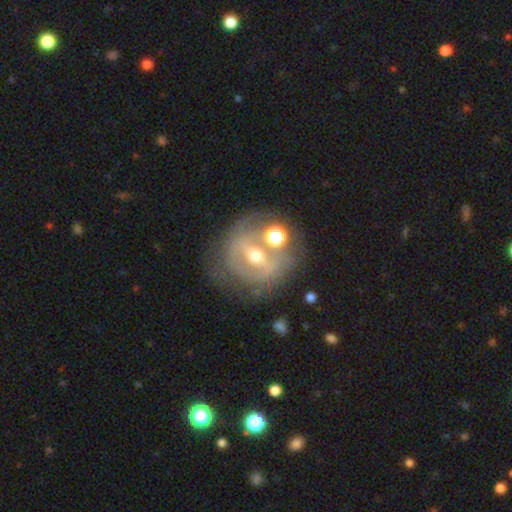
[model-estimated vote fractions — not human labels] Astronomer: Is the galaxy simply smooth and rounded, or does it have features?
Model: featured or disk — 74%.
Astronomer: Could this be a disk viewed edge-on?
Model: no — 93%.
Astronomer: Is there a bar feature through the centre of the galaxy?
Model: strong — 51% (runner-up: weak, 32%).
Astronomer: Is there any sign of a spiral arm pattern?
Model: no — 52% (runner-up: yes, 48%).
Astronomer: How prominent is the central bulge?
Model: moderate — 68%.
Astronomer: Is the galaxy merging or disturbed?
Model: none — 60%.